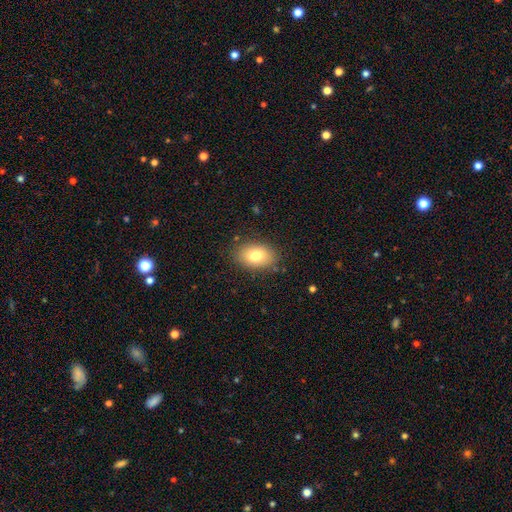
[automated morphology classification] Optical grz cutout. It shows a smooth galaxy with no disk features (79%) that is in between round and cigar-shaped (85%). Merging: none (83%).